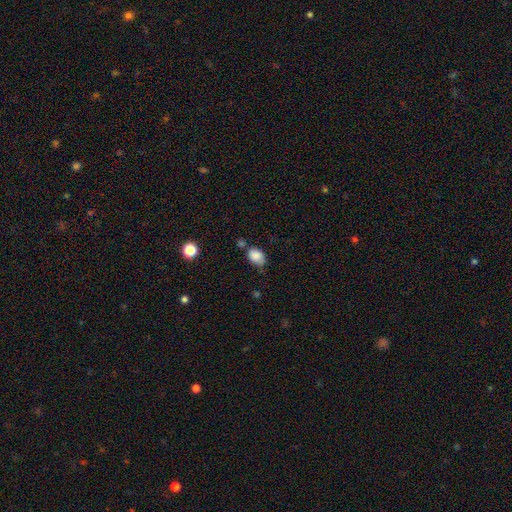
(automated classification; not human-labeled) This appears to be a smooth galaxy with no disk features (86%) that is in between round and cigar-shaped (77%). Merging: none (55%).